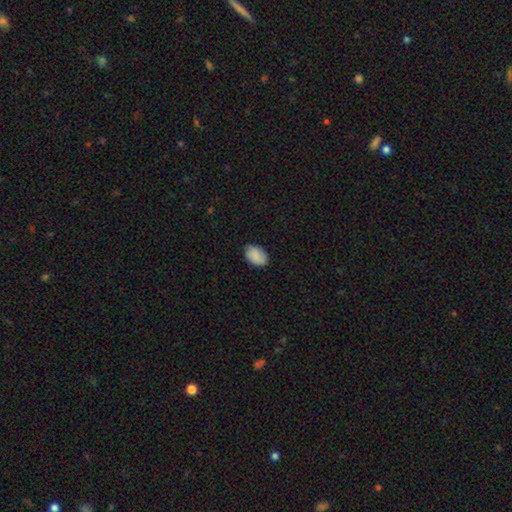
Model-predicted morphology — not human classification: Overall: smooth (83%). How rounded: in between (84%). Merging: none (83%).